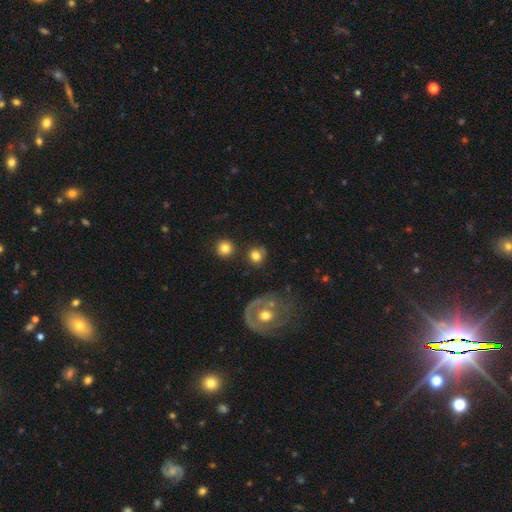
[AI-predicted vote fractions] Smooth or featured? smooth (77%)
How rounded? round (83%)
Merging? none (77%)